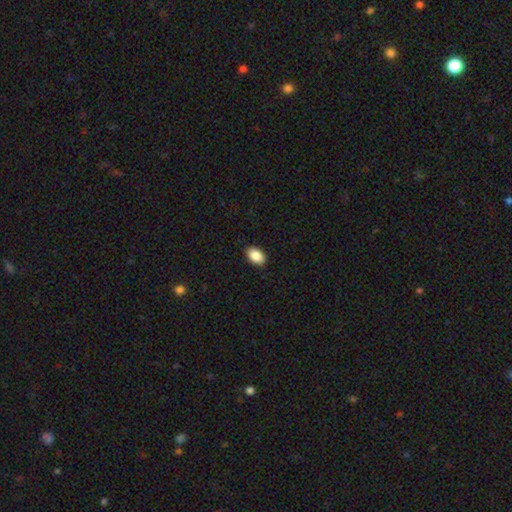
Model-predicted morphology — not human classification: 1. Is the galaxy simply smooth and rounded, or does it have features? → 89% smooth, 7% star or artifact, 4% featured or disk.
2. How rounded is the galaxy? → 92% in between, 7% round, 1% cigar-shaped.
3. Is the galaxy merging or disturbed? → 91% none, 7% minor disturbance, 2% major disturbance, 1% merger.